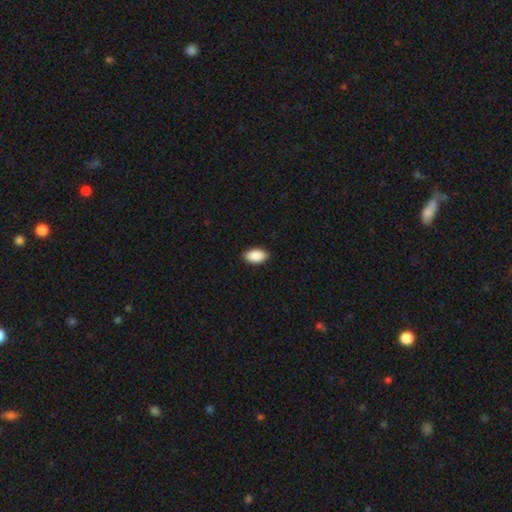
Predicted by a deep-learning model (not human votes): Smooth or featured?
  - smooth: 90% *
  - star or artifact: 6%
  - featured or disk: 4%
How rounded?
  - in between: 95% *
  - round: 3%
  - cigar-shaped: 2%
Merging?
  - none: 90% *
  - minor disturbance: 8%
  - major disturbance: 2%
  - merger: 1%